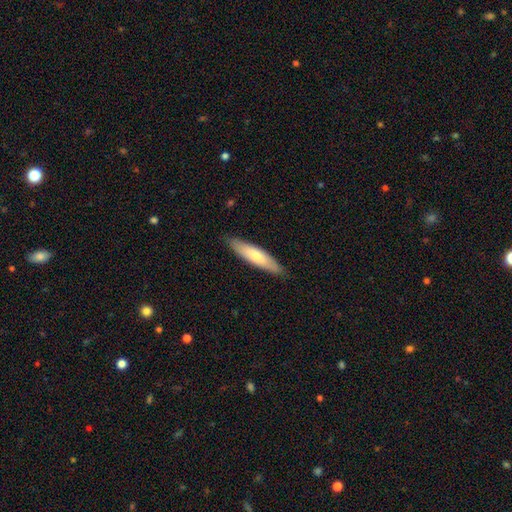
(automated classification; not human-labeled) Q: Smooth or featured?
A: smooth (66%); runner-up: featured or disk (29%)
Q: How rounded?
A: cigar-shaped (73%); runner-up: in between (26%)
Q: Merging?
A: none (86%); runner-up: minor disturbance (11%)